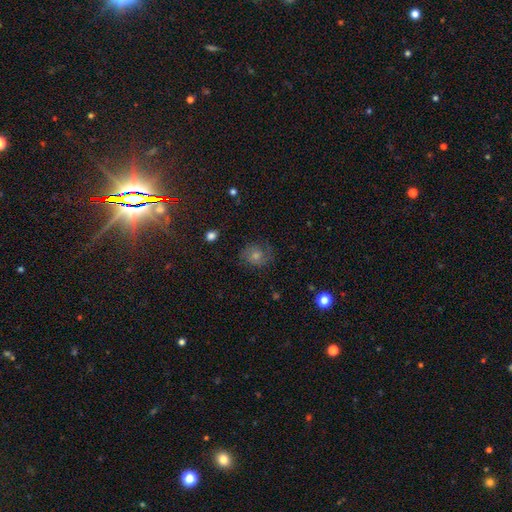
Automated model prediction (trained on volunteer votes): This appears to be a featured or disk galaxy (48%). Merging: none (79%).